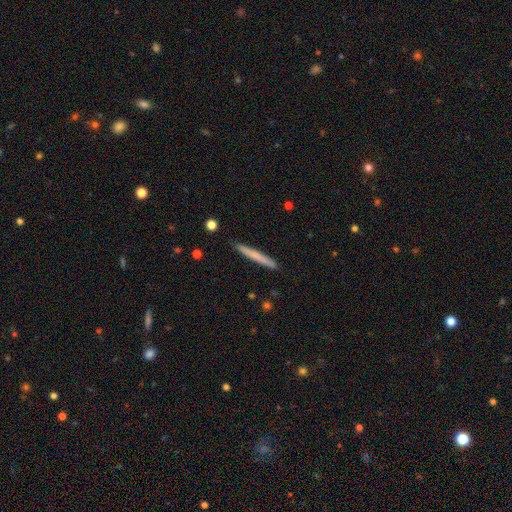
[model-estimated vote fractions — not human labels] A smooth galaxy with no disk features (67%) that is cigar-shaped (97%).

Vote fractions:
- Smooth or featured? smooth: 67% / featured or disk: 28% / star or artifact: 5%
- How rounded? cigar-shaped: 97% / in between: 2% / round: 1%
- Merging? none: 91% / minor disturbance: 7% / major disturbance: 1% / merger: 1%